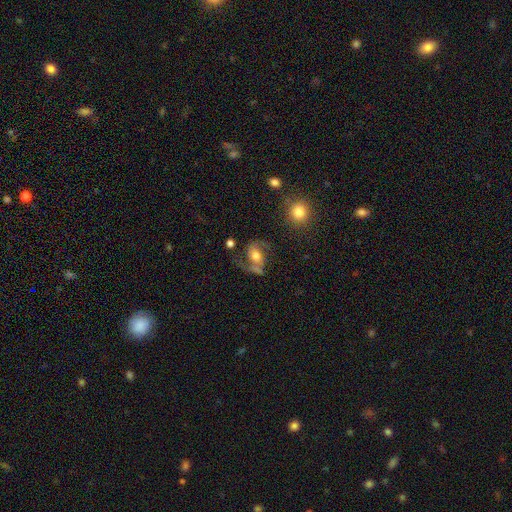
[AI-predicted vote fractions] The model was most divided on "spiral winding": medium: 46%, loose: 41%, tight: 12%. Remaining: edge-on disk — no (97%); spiral arms — yes (89%); spiral arm count — 2 (88%); smooth or featured — featured or disk (71%); bulge size — moderate (64%); merging — none (51%); bar — no (42%).